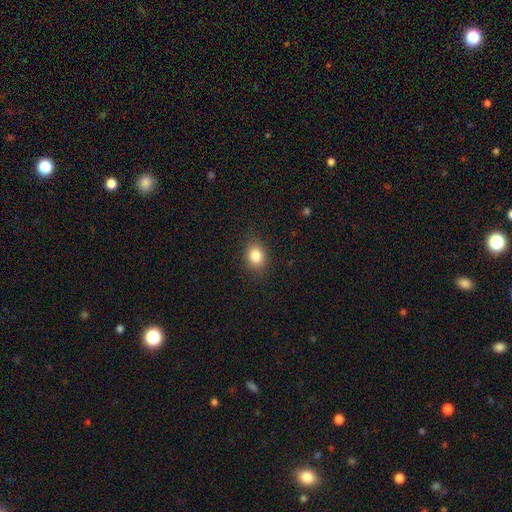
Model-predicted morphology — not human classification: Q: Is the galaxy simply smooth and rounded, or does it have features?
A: smooth — 84%.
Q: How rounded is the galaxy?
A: in between — 50%.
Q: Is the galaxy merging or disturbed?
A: none — 86%.